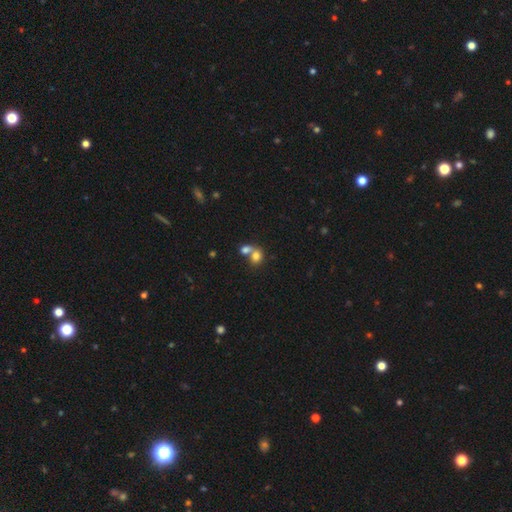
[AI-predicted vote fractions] A smooth galaxy with no disk features (76%) that is round (60%).

Vote fractions:
- Smooth or featured? smooth: 76% / featured or disk: 13% / star or artifact: 11%
- How rounded? round: 60% / in between: 39% / cigar-shaped: 1%
- Merging? merger: 62% / none: 28% / minor disturbance: 6% / major disturbance: 4%